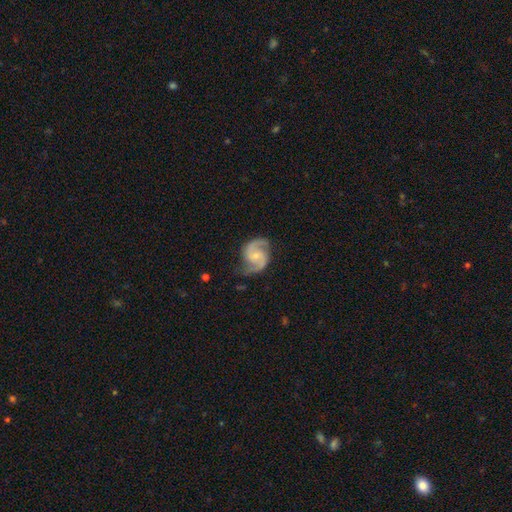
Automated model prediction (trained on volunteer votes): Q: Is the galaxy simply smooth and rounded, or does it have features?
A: featured or disk — 90%.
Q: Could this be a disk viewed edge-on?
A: no — 98%.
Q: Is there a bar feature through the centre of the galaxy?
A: no — 52%.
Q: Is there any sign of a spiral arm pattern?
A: yes — 98%.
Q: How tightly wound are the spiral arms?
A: medium — 60%.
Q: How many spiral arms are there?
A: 2 — 93%.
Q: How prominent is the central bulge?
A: small — 59%.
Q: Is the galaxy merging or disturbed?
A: none — 76%.